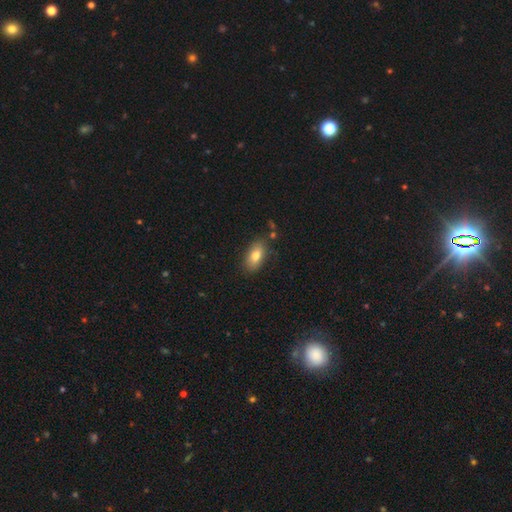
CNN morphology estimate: The model was most divided on "smooth or featured": smooth: 77%, featured or disk: 15%, star or artifact: 8%. More confident: how rounded — in between (87%); merging — none (81%).